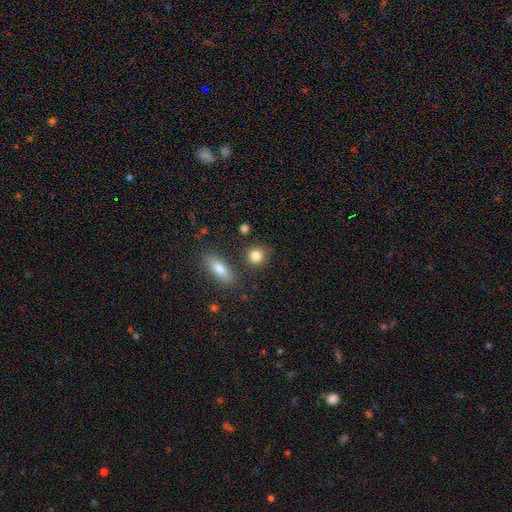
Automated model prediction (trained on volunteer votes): smooth_or_featured: smooth (p=0.85) [alt: star or artifact p=0.09]
how_rounded: round (p=0.81) [alt: in between p=0.17]
merging: none (p=0.81) [alt: minor disturbance p=0.10]